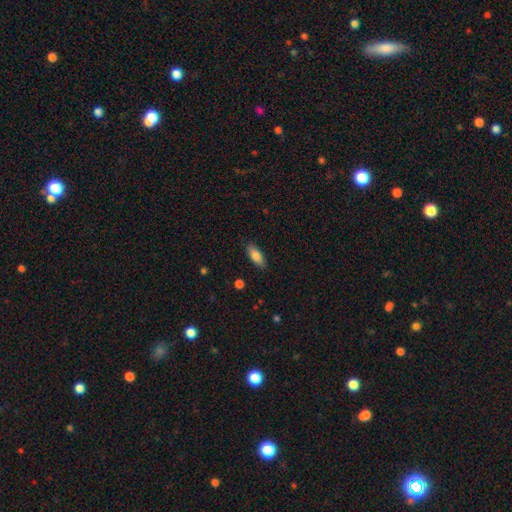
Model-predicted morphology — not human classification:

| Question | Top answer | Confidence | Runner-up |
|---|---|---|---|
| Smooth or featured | smooth | 83% | featured or disk (10%) |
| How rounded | in between | 77% | cigar-shaped (21%) |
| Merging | none | 86% | minor disturbance (10%) |